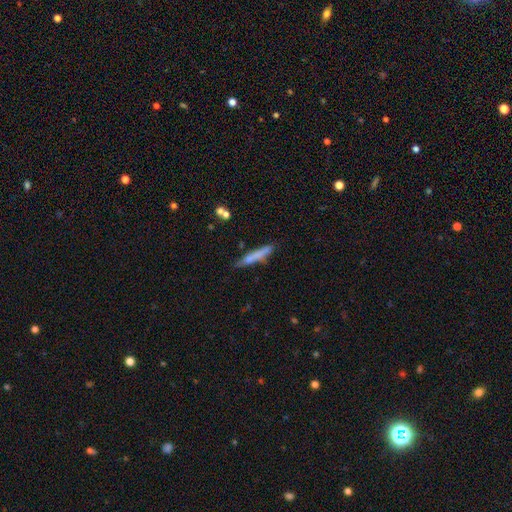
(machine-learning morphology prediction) The model was most divided on "smooth or featured": smooth: 64%, featured or disk: 28%, star or artifact: 7%. More confident: how rounded — cigar-shaped (93%); merging — none (73%).